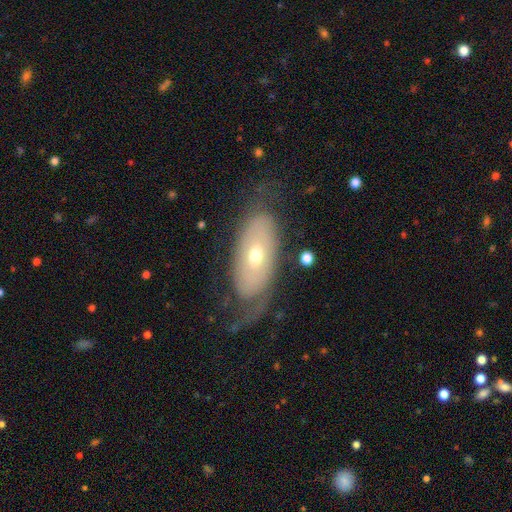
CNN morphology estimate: A featured or disk galaxy (58%). Merging: none (56%).